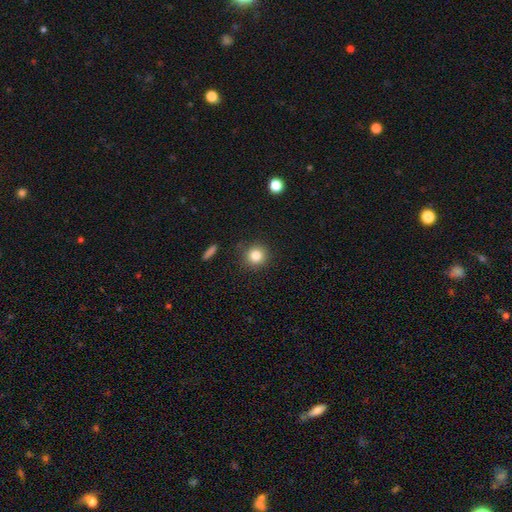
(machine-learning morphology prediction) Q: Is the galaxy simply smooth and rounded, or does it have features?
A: smooth — 83%.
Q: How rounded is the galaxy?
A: round — 92%.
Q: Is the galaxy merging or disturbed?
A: none — 88%.